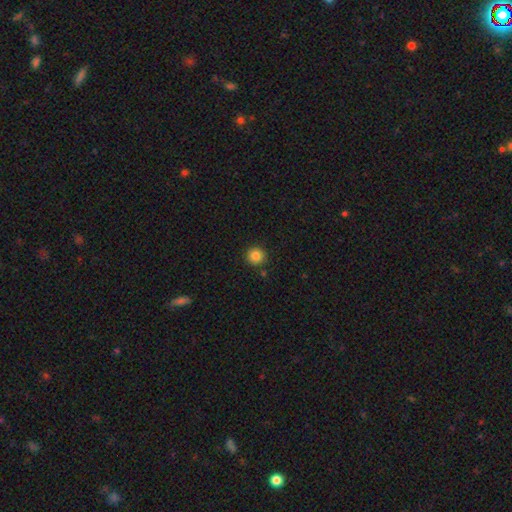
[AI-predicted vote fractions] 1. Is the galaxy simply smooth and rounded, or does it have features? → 84% smooth, 11% star or artifact, 5% featured or disk.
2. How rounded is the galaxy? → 94% round, 5% in between, 1% cigar-shaped.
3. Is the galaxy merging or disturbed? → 89% none, 7% minor disturbance, 3% merger, 2% major disturbance.